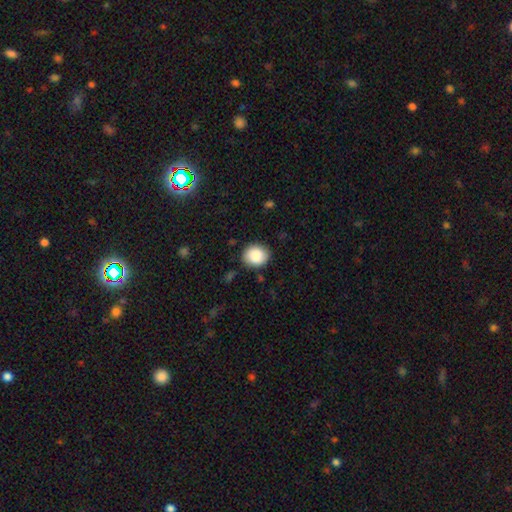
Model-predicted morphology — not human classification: smooth_or_featured: smooth (p=0.87) [alt: star or artifact p=0.08]
how_rounded: round (p=0.72) [alt: in between p=0.27]
merging: none (p=0.85) [alt: minor disturbance p=0.11]